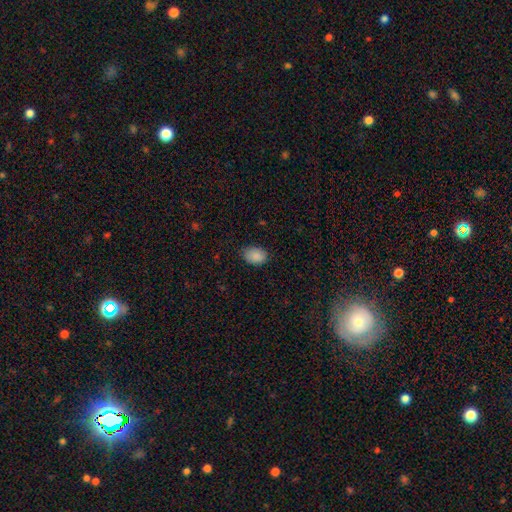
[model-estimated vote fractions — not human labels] smooth-or-featured: smooth: 89% | star or artifact: 8% | featured or disk: 4%
  how-rounded: in between: 77% | round: 22% | cigar-shaped: 1%
  merging: none: 82% | minor disturbance: 14% | major disturbance: 3% | merger: 1%